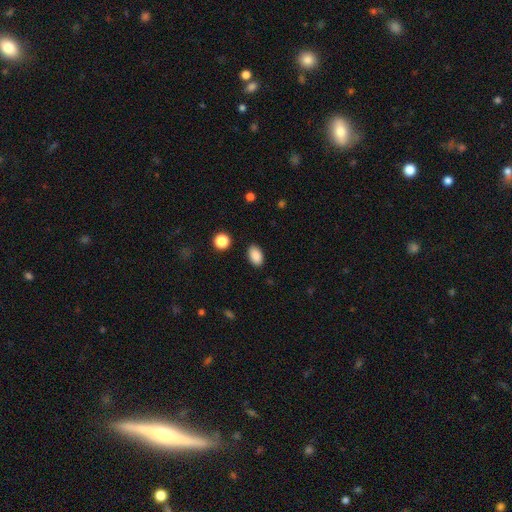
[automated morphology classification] smooth_or_featured: smooth (p=0.89) [alt: star or artifact p=0.08]
how_rounded: in between (p=0.90) [alt: round p=0.08]
merging: none (p=0.88) [alt: minor disturbance p=0.08]